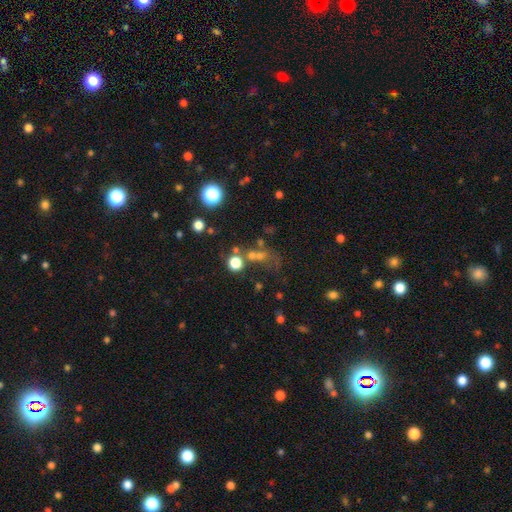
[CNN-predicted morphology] The model was most divided on "merging": none: 44%, merger: 30%, major disturbance: 14%, minor disturbance: 12%. More confident: how rounded — round (76%); smooth or featured — smooth (52%).